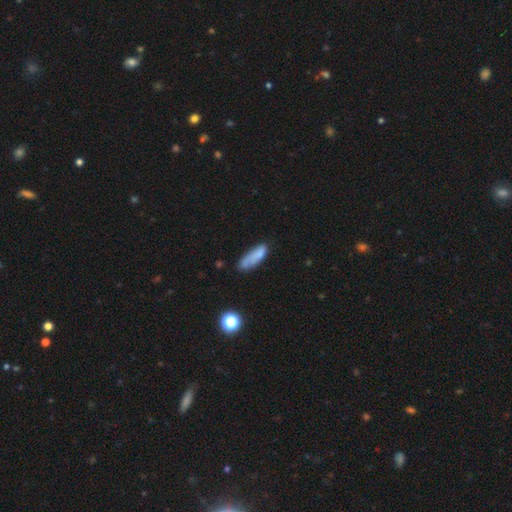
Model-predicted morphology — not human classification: Smooth or featured? Predicted: smooth (p=0.76). How rounded? Predicted: cigar-shaped (p=0.51). Merging? Predicted: none (p=0.53).